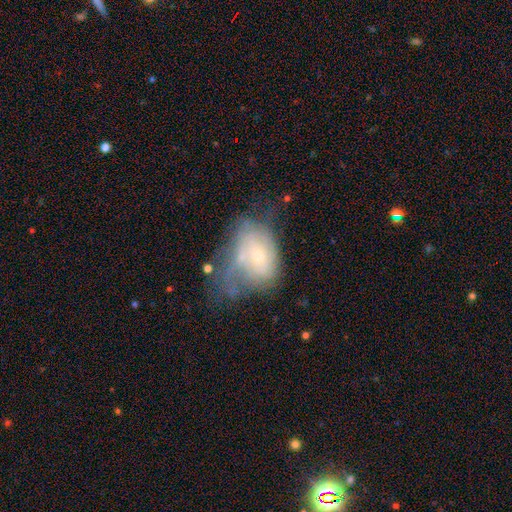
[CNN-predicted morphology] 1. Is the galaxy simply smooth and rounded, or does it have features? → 51% featured or disk, 39% smooth, 10% star or artifact.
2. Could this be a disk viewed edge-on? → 95% no, 5% yes.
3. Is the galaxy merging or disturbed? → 36% major disturbance, 25% minor disturbance, 22% none, 17% merger.